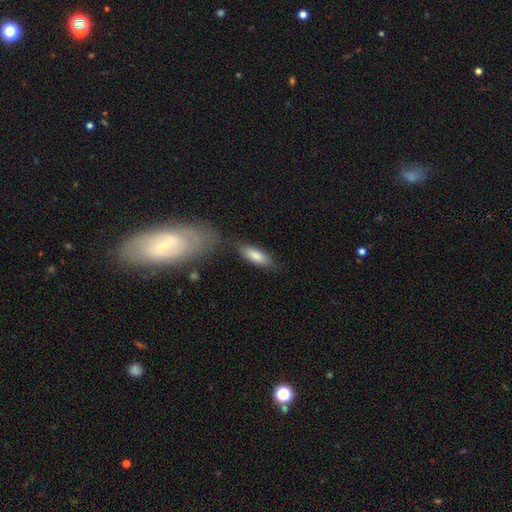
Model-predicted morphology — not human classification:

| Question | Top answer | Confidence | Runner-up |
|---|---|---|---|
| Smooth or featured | smooth | 82% | featured or disk (12%) |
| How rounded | in between | 58% | cigar-shaped (40%) |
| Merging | none | 73% | minor disturbance (15%) |